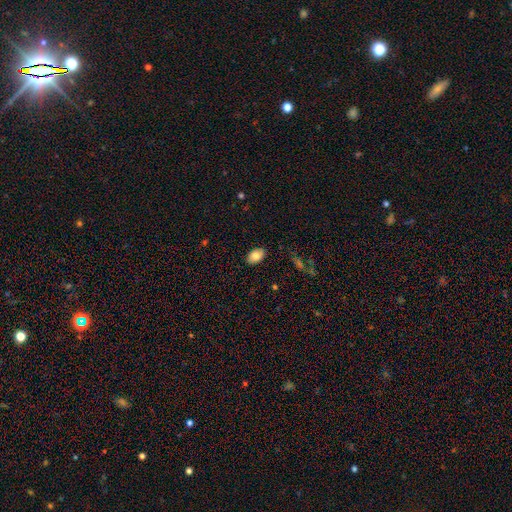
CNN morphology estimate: A smooth galaxy with no disk features (81%) that is in between round and cigar-shaped (91%). Merging: none (87%).